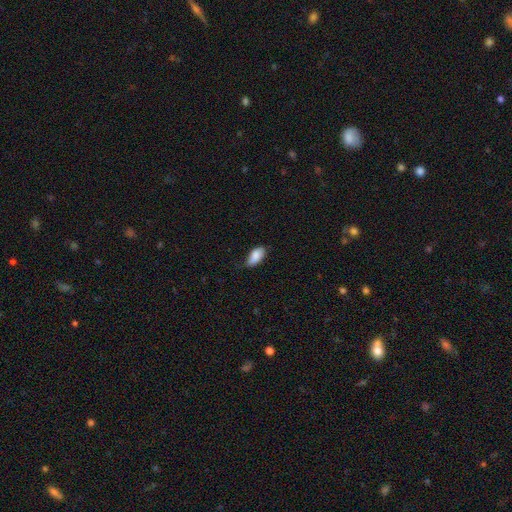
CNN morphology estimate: Overall: smooth (86%). How rounded: in between (92%). Merging: none (63%; minor disturbance 30%).